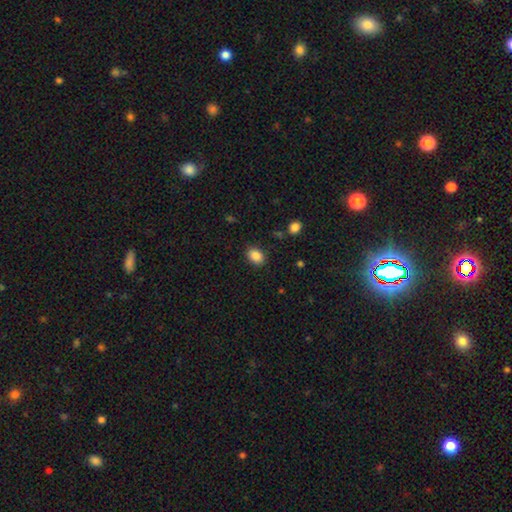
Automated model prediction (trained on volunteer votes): The model was most divided on "how rounded": in between: 70%, round: 29%, cigar-shaped: 1%. More confident: smooth or featured — smooth (87%); merging — none (86%).